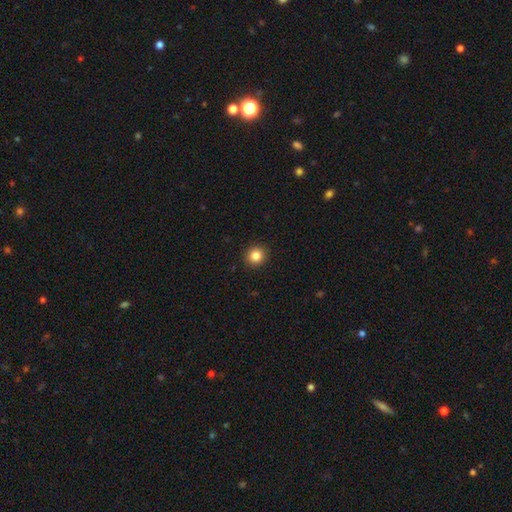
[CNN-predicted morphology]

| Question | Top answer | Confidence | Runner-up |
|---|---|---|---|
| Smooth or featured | smooth | 85% | star or artifact (11%) |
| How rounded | round | 92% | in between (7%) |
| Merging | none | 92% | minor disturbance (5%) |